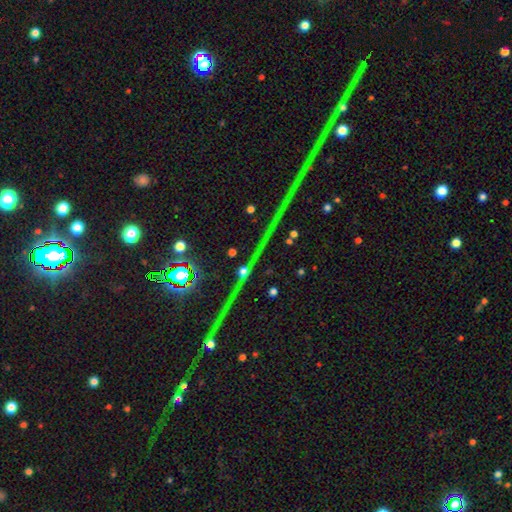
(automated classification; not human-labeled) This appears to be a star or artifact, not a galaxy (75%).